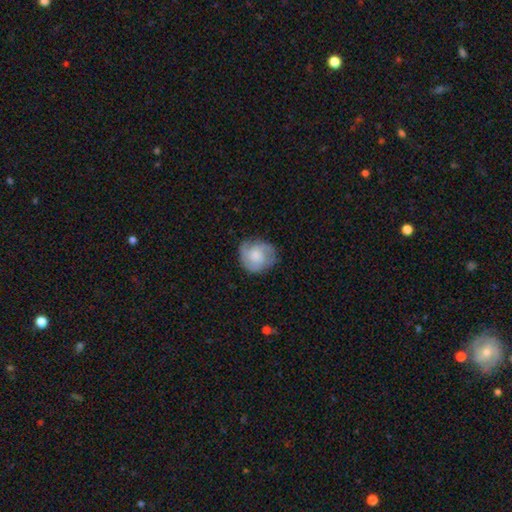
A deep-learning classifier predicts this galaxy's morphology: A featured or disk galaxy (62%) with no bar (70%), 2 (42%) tight (47%) spiral arms (91%) and a small central bulge (38%).

Vote fractions:
- Smooth or featured? featured or disk: 62% / smooth: 31% / star or artifact: 7%
- Edge-on disk? no: 98% / yes: 2%
- Bar? no: 70% / weak: 26% / strong: 3%
- Spiral arms? yes: 91% / no: 9%
- Spiral winding? tight: 47% / medium: 41% / loose: 12%
- Spiral arm count? 2: 42% / 3: 24% / can't tell: 21% / 1: 5% / 4: 4% / more than 4: 3%
- Bulge size? small: 38% / moderate: 30% / none: 21% / large: 10% / dominant: 2%
- Merging? none: 72% / minor disturbance: 19% / major disturbance: 7% / merger: 1%